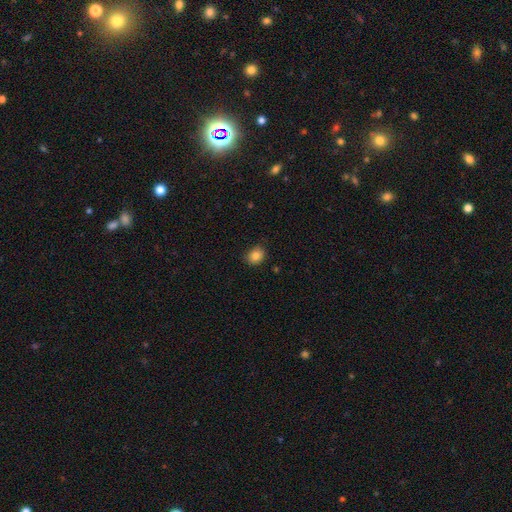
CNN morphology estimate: smooth 84%, star or artifact 10%, featured or disk 6%. Down the decision tree: how rounded — round (62%); merging — none (82%).